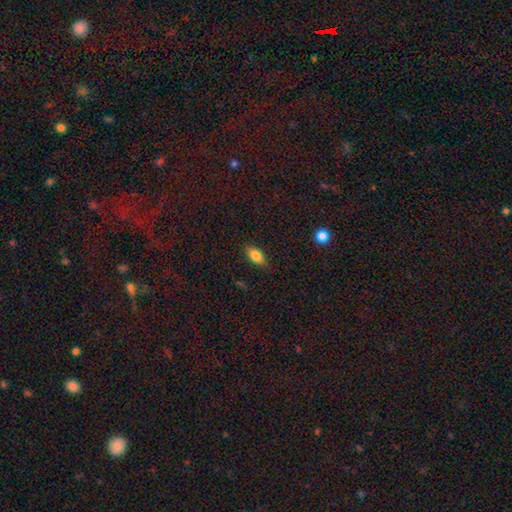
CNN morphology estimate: Q: Smooth or featured?
A: smooth (79%); runner-up: featured or disk (12%)
Q: How rounded?
A: in between (87%); runner-up: cigar-shaped (8%)
Q: Merging?
A: none (83%); runner-up: minor disturbance (13%)